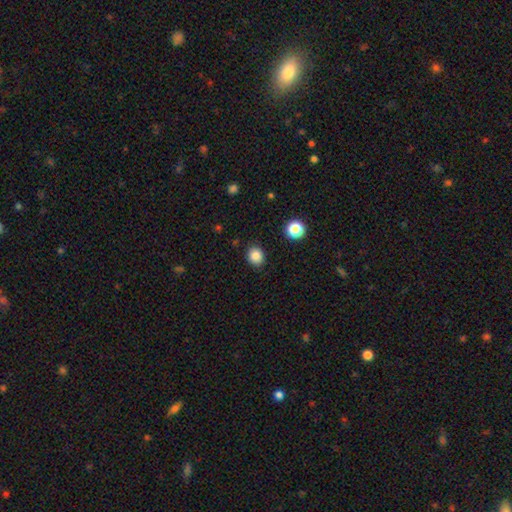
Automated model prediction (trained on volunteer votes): This is clearly a smooth galaxy (85%). How rounded: likely round (73%). Merging: clearly none (88%).